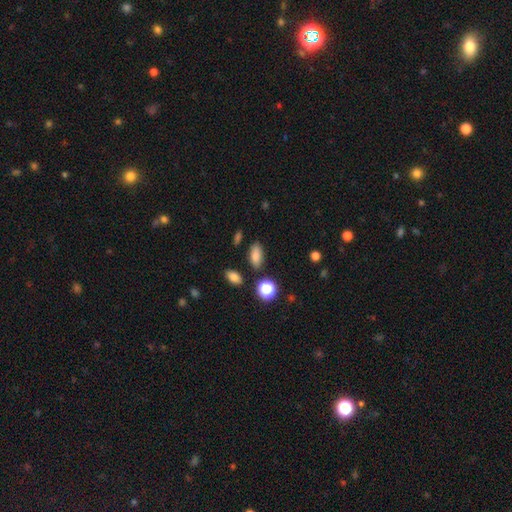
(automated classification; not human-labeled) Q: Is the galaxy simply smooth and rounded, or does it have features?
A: smooth — 82%.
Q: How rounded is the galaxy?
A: in between — 84%.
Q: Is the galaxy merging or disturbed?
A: none — 83%.